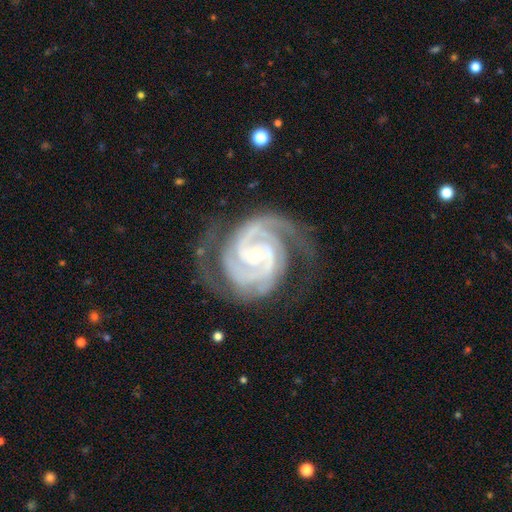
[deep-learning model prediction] A featured or disk galaxy (94%) with no bar (58%), 2 (54%) tight (69%) spiral arms (99%) and a small central bulge (65%).

Vote fractions:
- Smooth or featured? featured or disk: 94% / star or artifact: 4% / smooth: 2%
- Edge-on disk? no: 98% / yes: 2%
- Bar? no: 58% / weak: 30% / strong: 12%
- Spiral arms? yes: 99% / no: 1%
- Spiral winding? tight: 69% / medium: 28% / loose: 3%
- Spiral arm count? 2: 54% / 3: 25% / can't tell: 6% / 4: 6% / more than 4: 4% / 1: 4%
- Bulge size? small: 65% / moderate: 32% / large: 1% / none: 1% / dominant: 1%
- Merging? none: 68% / minor disturbance: 19% / major disturbance: 11% / merger: 1%